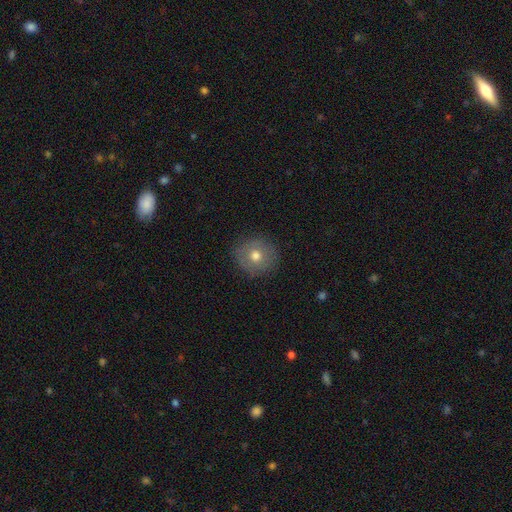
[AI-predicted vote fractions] Smooth or featured? Predicted: smooth (p=0.69). How rounded? Predicted: round (p=0.91). Merging? Predicted: none (p=0.86).